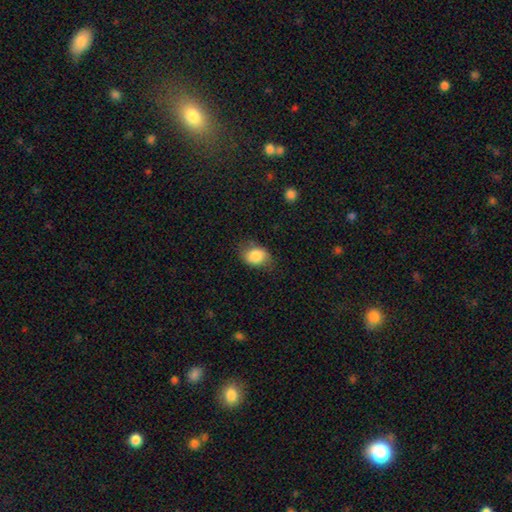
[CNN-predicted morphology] This appears to be a smooth galaxy with no disk features (84%) that is in between round and cigar-shaped (68%). Merging: none (68%).